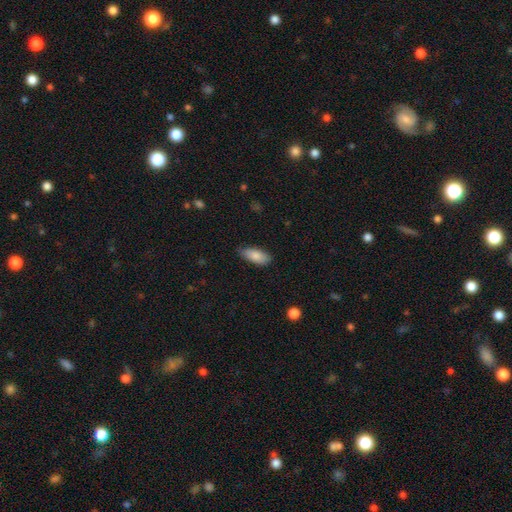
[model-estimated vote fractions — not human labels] Morphology: type=smooth (84%); roundness=in between (84%); merging=none (81%).